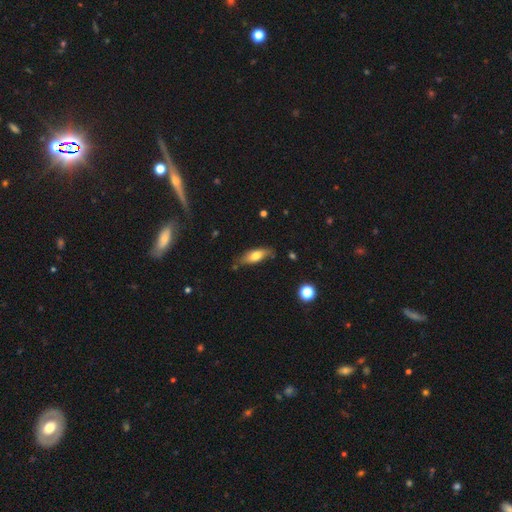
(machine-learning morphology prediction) smooth-or-featured: smooth: 67% | featured or disk: 26% | star or artifact: 7%
  how-rounded: in between: 64% | cigar-shaped: 33% | round: 3%
  merging: none: 73% | minor disturbance: 21% | major disturbance: 4% | merger: 3%